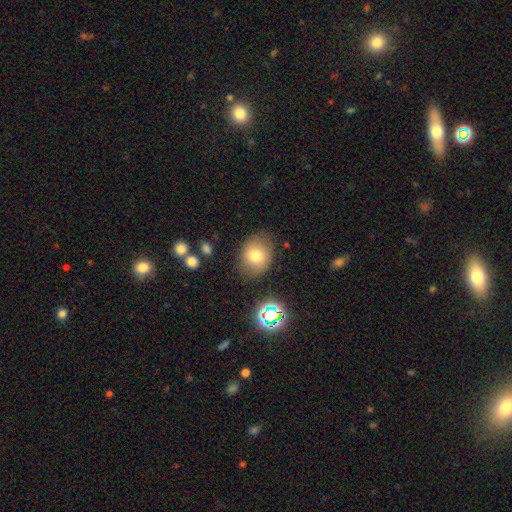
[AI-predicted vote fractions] smooth_or_featured: smooth (p=0.73) [alt: star or artifact p=0.14]
how_rounded: round (p=0.58) [alt: in between p=0.41]
merging: none (p=0.78) [alt: minor disturbance p=0.15]